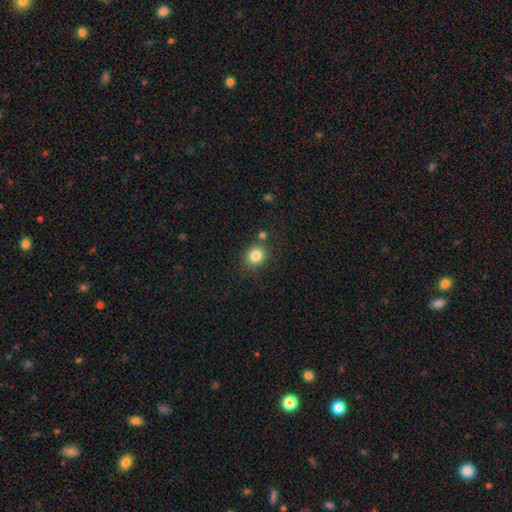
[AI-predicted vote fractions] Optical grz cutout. It shows a smooth galaxy with no disk features (83%) that is round (81%). Merging: none (80%).